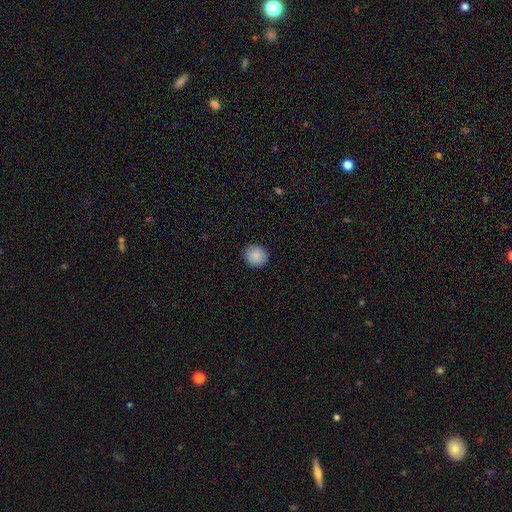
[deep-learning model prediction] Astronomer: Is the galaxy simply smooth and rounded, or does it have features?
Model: smooth — 88%.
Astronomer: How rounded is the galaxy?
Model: round — 86%.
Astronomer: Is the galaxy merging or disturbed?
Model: none — 90%.